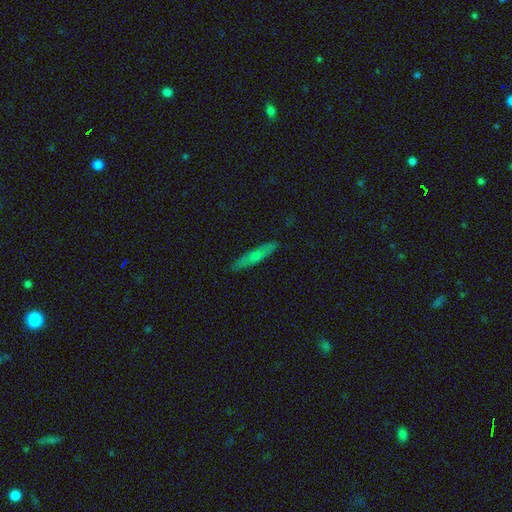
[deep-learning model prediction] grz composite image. It shows a smooth galaxy with no disk features (48%). Merging: none (89%).